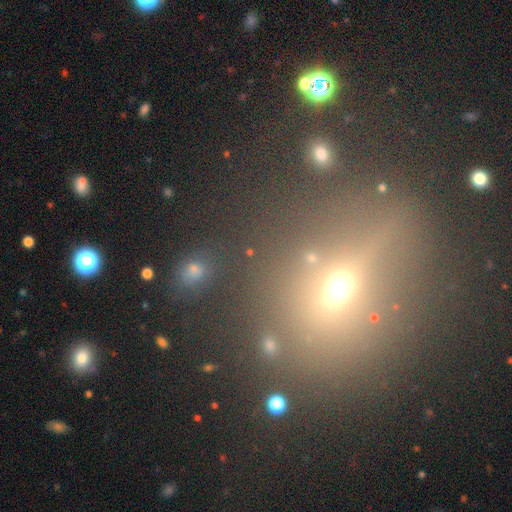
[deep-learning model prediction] smooth 40%, star or artifact 39%, featured or disk 21%. Down the decision tree: merging — none (74%).